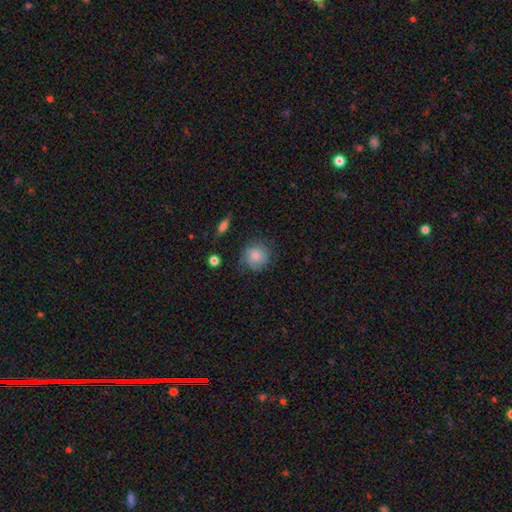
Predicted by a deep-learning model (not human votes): This is likely a smooth galaxy (76%). How rounded: clearly round (85%). Merging: likely none (68%).